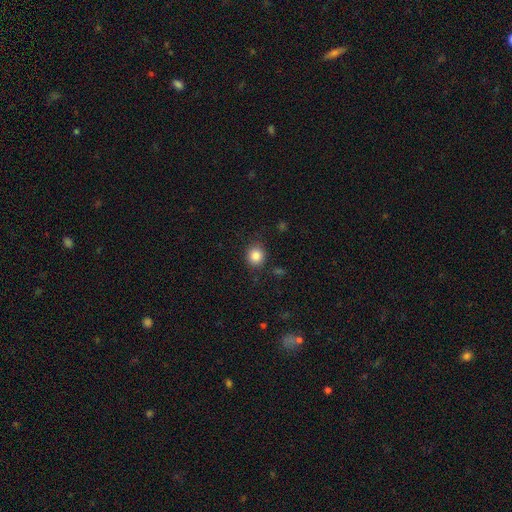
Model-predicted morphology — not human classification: Smooth or featured? smooth (85%)
How rounded? round (81%)
Merging? none (85%)